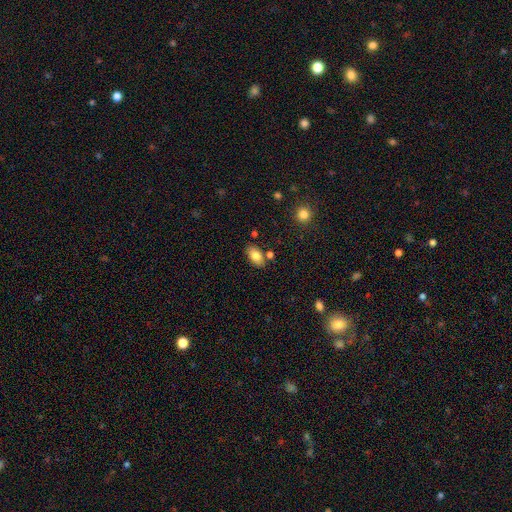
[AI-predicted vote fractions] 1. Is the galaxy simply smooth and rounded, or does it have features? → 82% smooth, 10% featured or disk, 8% star or artifact.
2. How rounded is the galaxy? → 91% in between, 7% round, 2% cigar-shaped.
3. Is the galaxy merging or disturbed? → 78% none, 12% minor disturbance, 7% merger, 3% major disturbance.